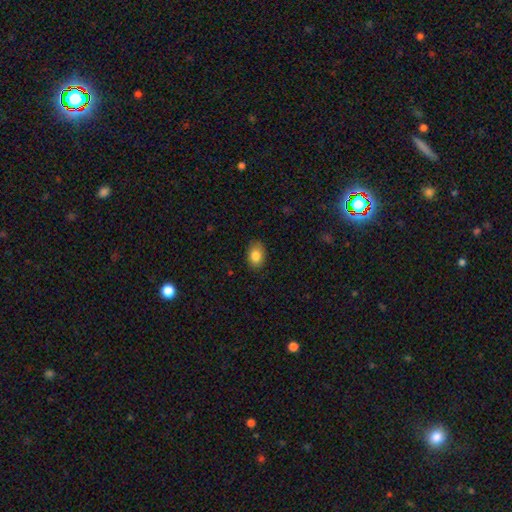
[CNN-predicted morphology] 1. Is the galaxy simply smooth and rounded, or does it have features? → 84% smooth, 8% star or artifact, 8% featured or disk.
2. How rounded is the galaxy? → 82% in between, 17% round, 1% cigar-shaped.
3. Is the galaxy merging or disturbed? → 85% none, 12% minor disturbance, 2% major disturbance, 1% merger.